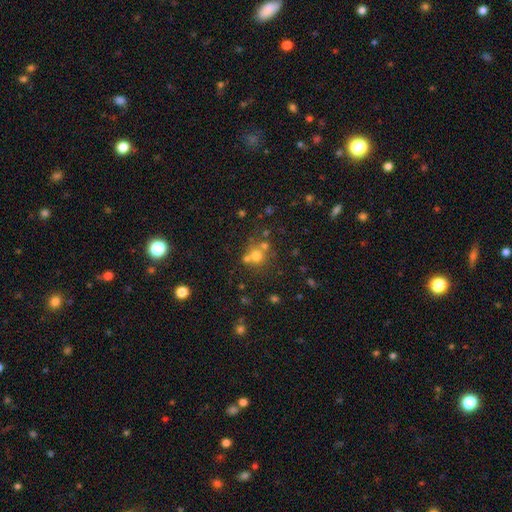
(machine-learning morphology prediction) smooth_or_featured: smooth (p=0.64) [alt: star or artifact p=0.20]
how_rounded: round (p=0.86) [alt: in between p=0.13]
merging: none (p=0.54) [alt: merger p=0.32]